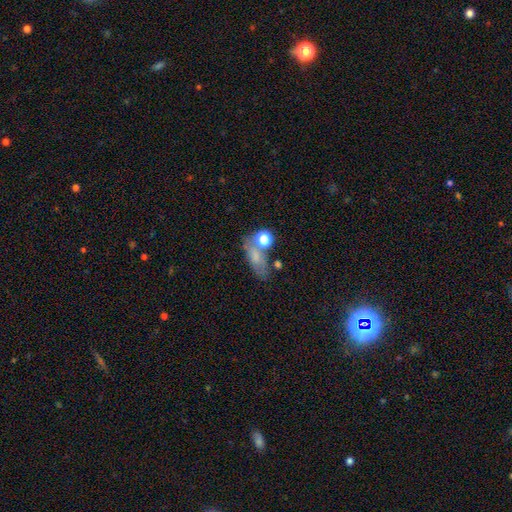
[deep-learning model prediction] The model was most divided on "merging": none: 47%, merger: 22%, minor disturbance: 19%, major disturbance: 12%. More confident: how rounded — in between (70%); smooth or featured — smooth (63%).